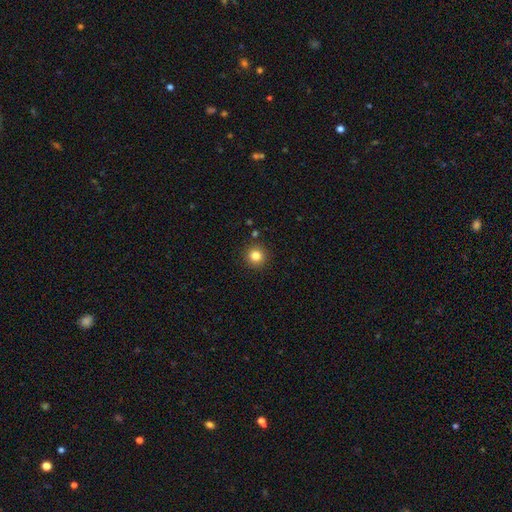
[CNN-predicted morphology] Q: Smooth or featured?
A: smooth (82%); runner-up: star or artifact (12%)
Q: How rounded?
A: round (95%); runner-up: in between (4%)
Q: Merging?
A: none (90%); runner-up: minor disturbance (6%)